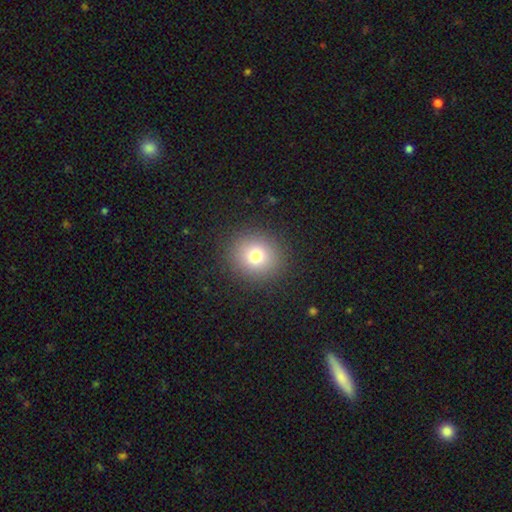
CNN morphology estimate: This is likely a smooth galaxy (75%). How rounded: clearly round (87%). Merging: clearly none (90%).